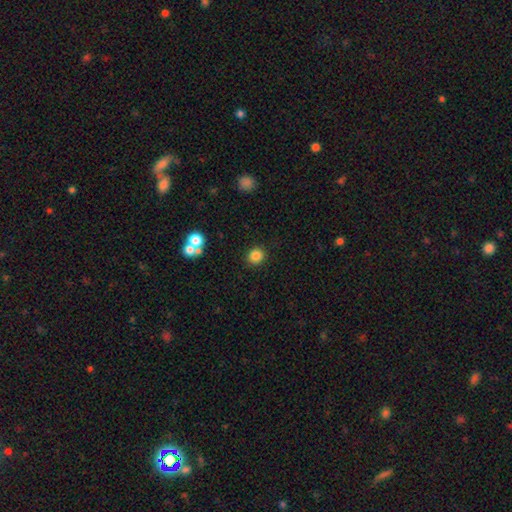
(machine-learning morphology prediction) smooth-or-featured: smooth: 83% | star or artifact: 11% | featured or disk: 5%
  how-rounded: round: 86% | in between: 13% | cigar-shaped: 1%
  merging: none: 89% | minor disturbance: 6% | merger: 3% | major disturbance: 2%